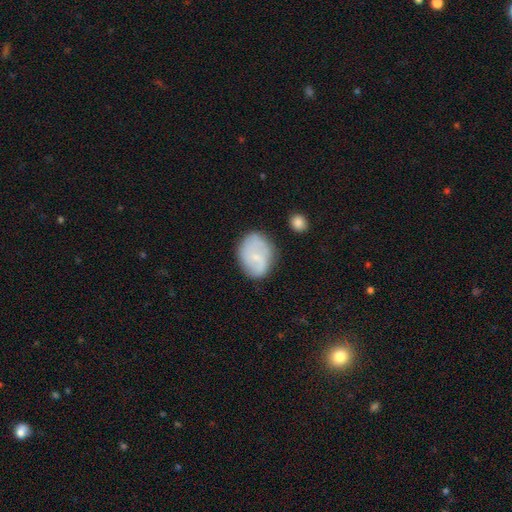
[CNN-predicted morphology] A smooth galaxy with no disk features (49%). Merging: none (67%).